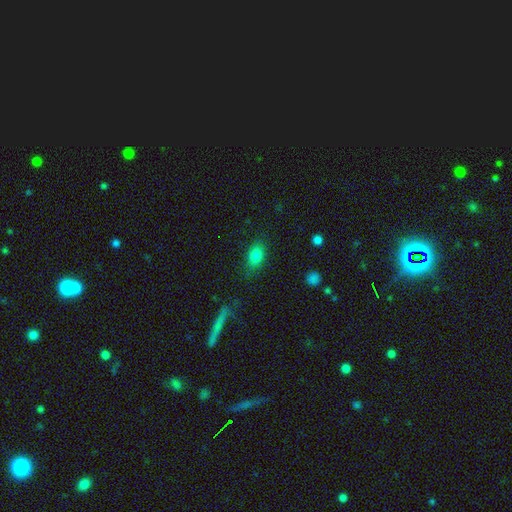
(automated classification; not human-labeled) Smooth or featured? smooth (82%)
How rounded? in between (76%)
Merging? none (80%)